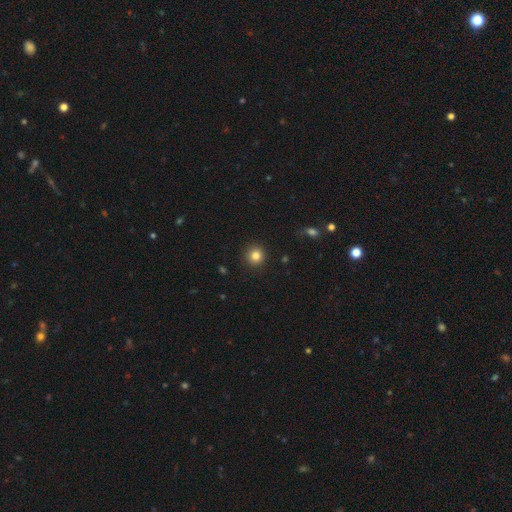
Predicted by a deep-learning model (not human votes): This appears to be a smooth galaxy with no disk features (83%) that is round (92%). Merging: none (91%).